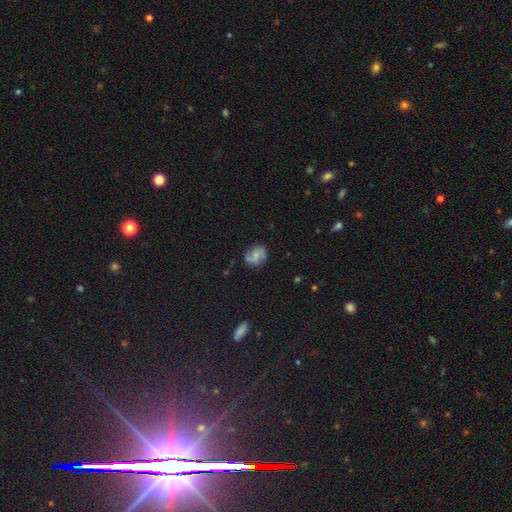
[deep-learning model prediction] Smooth or featured? Predicted: featured or disk (p=0.53). Edge-on disk? Predicted: no (p=0.97). Bar? Predicted: no (p=0.49). Spiral arms? Predicted: yes (p=0.87). Bulge size? Predicted: small (p=0.36, tied with none). Merging? Predicted: none (p=0.74).